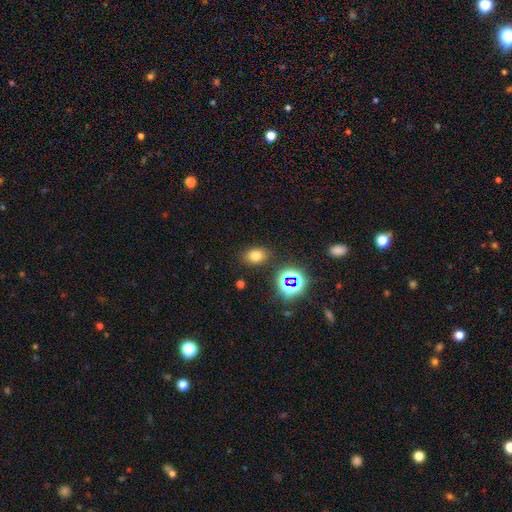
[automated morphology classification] This is likely a smooth galaxy (72%). How rounded: likely in between (66%). Merging: clearly none (84%).